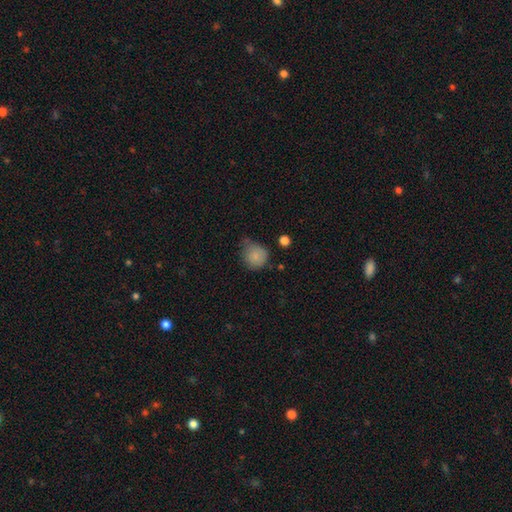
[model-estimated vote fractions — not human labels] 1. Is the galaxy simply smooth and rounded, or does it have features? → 84% smooth, 10% star or artifact, 6% featured or disk.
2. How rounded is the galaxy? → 84% round, 15% in between, 1% cigar-shaped.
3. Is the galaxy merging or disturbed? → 51% none, 34% minor disturbance, 9% major disturbance, 6% merger.